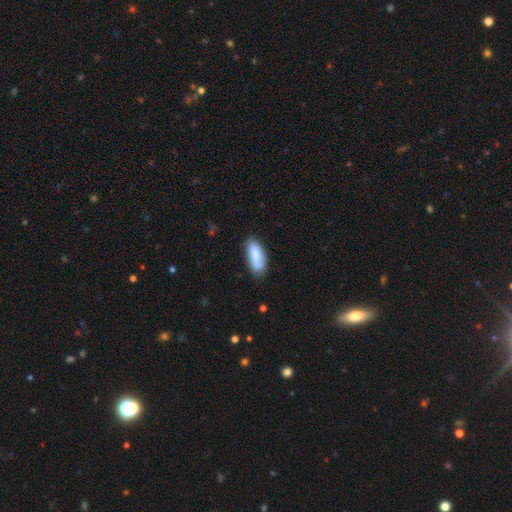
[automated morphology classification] The model was most divided on "merging": none: 63%, minor disturbance: 26%, major disturbance: 6%, merger: 5%. More confident: how rounded — in between (82%); smooth or featured — smooth (79%).